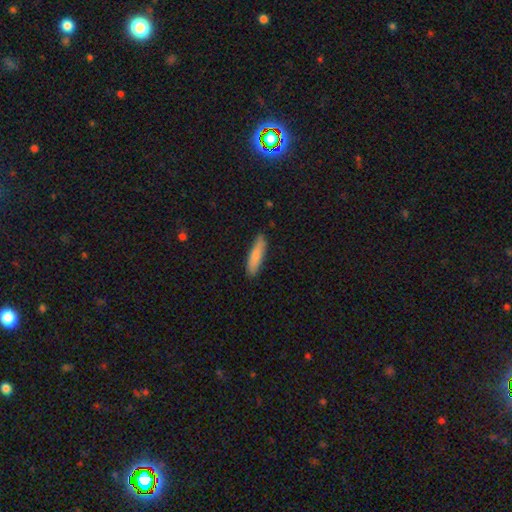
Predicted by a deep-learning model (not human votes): This appears to be a smooth galaxy with no disk features (83%) that is cigar-shaped (75%). Merging: none (85%).